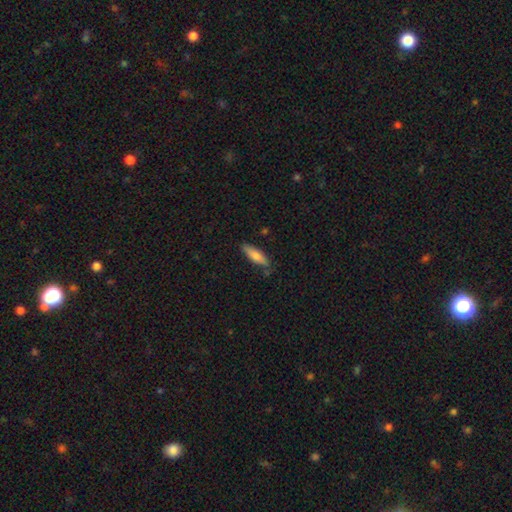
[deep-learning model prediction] Smooth or featured? smooth (73%)
How rounded? cigar-shaped (62%)
Merging? none (78%)